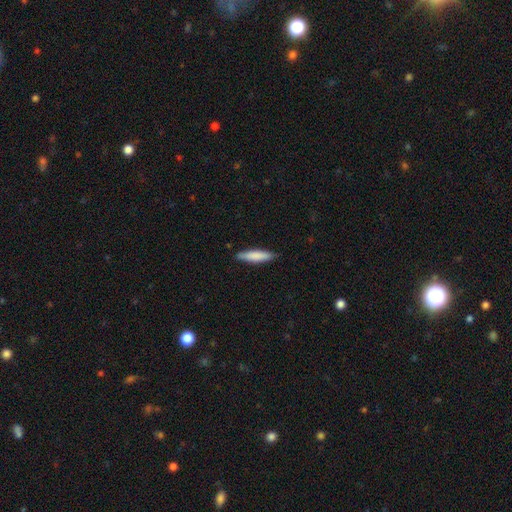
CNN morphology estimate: Smooth or featured? smooth (79%)
How rounded? cigar-shaped (80%)
Merging? none (85%)